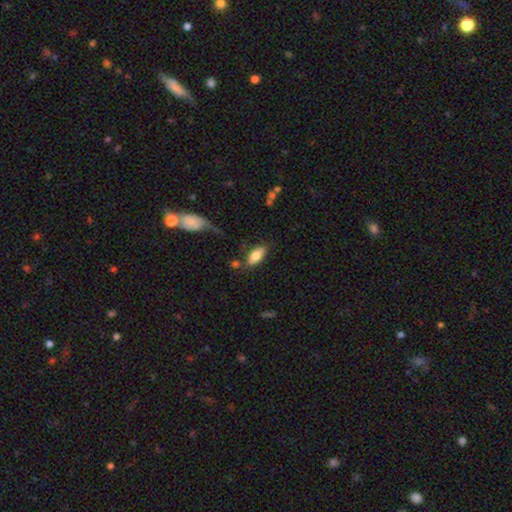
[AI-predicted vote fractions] Smooth or featured? smooth (76%)
How rounded? in between (87%)
Merging? none (74%)